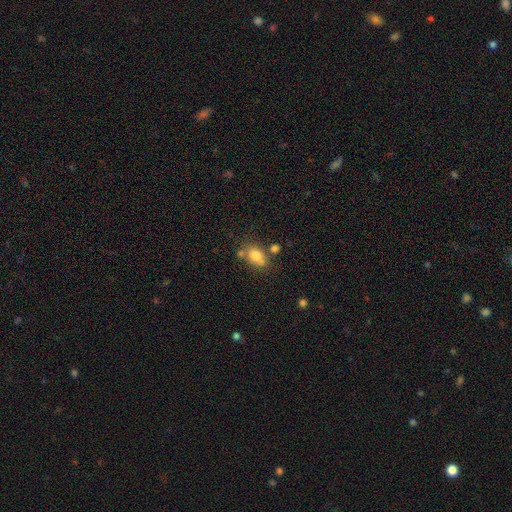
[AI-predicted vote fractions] This is likely a smooth galaxy (75%). How rounded: likely in between (70%). Merging: possibly none (55%).